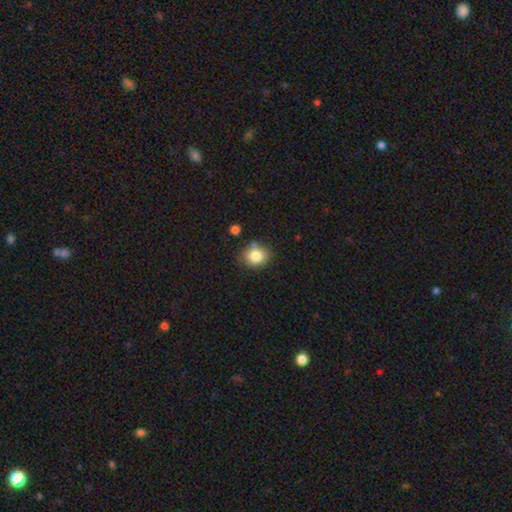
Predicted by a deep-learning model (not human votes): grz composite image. It shows a smooth galaxy with no disk features (83%) that is round (58%). Merging: none (75%).